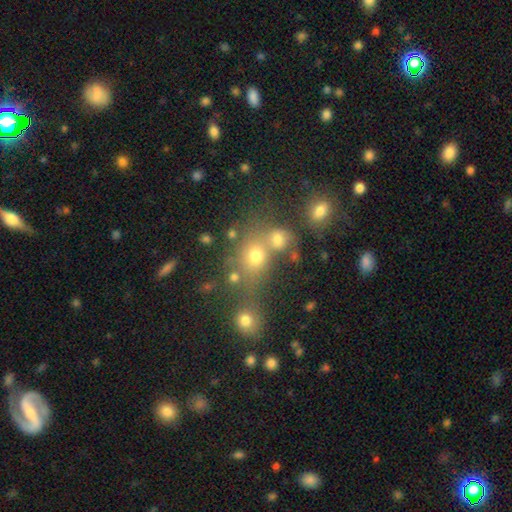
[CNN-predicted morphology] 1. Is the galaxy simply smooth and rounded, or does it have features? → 68% smooth, 20% star or artifact, 12% featured or disk.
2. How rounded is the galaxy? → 68% round, 31% in between, 2% cigar-shaped.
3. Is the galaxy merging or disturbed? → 50% none, 34% merger, 10% minor disturbance, 6% major disturbance.